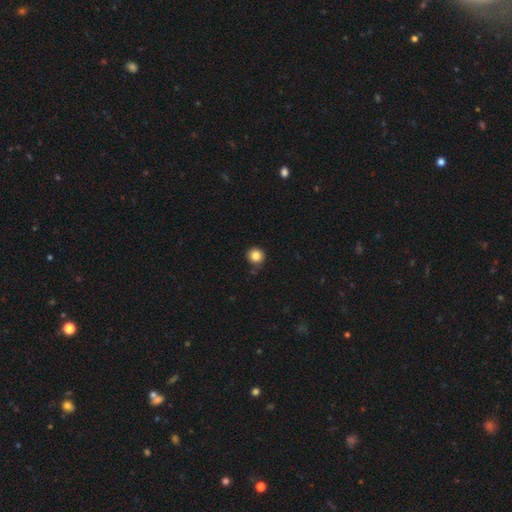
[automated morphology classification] smooth 84%, star or artifact 11%, featured or disk 5%. Down the decision tree: how rounded — round (94%); merging — none (84%).